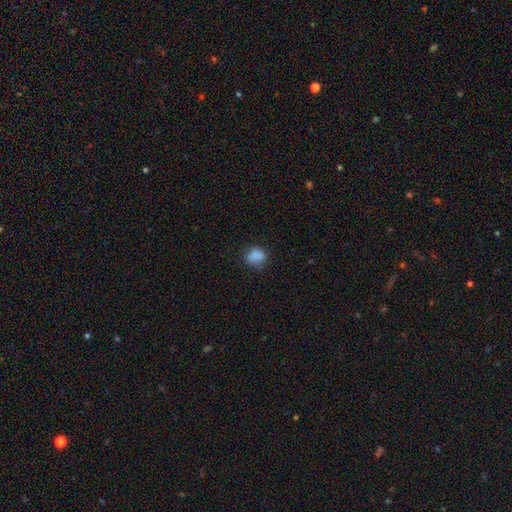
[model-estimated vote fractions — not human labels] Smooth or featured: smooth — 81% (star or artifact — 10%)
How rounded: round — 60% (in between — 39%)
Merging: none — 65% (minor disturbance — 23%)